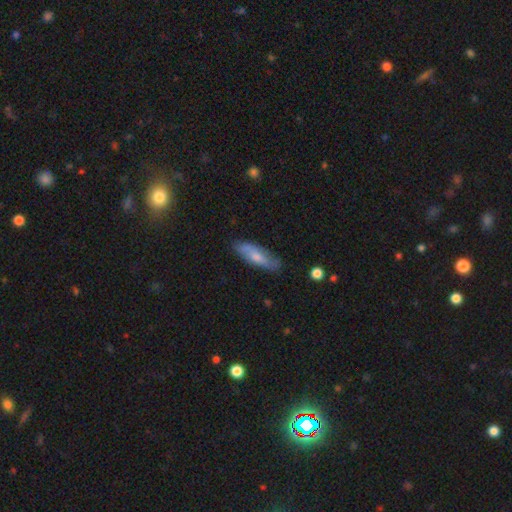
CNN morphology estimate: Smooth or featured? Predicted: smooth (p=0.62). How rounded? Predicted: cigar-shaped (p=0.50). Merging? Predicted: none (p=0.78).